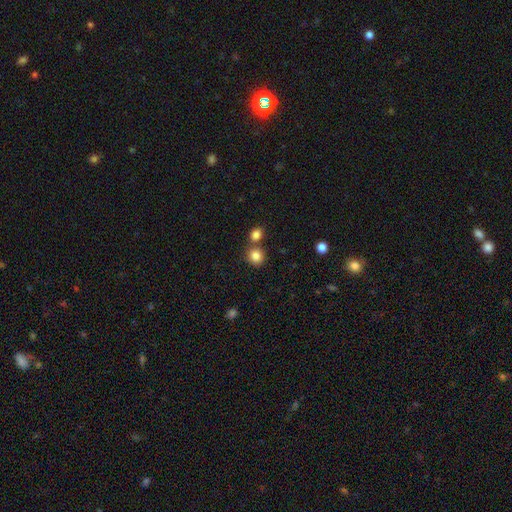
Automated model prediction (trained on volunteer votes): Morphology: type=smooth (84%); roundness=round (83%); merging=none (62%).